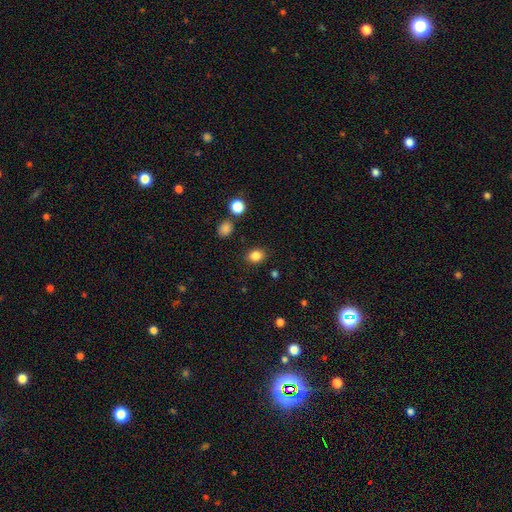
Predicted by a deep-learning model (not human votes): Smooth or featured?
  - smooth: 84% *
  - star or artifact: 11%
  - featured or disk: 5%
How rounded?
  - in between: 51% *
  - round: 48%
  - cigar-shaped: 1%
Merging?
  - none: 87% *
  - minor disturbance: 9%
  - major disturbance: 3%
  - merger: 2%